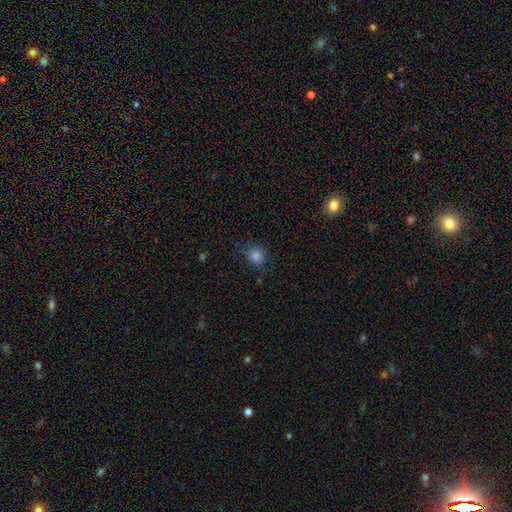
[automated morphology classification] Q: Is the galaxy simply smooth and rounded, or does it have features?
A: smooth — 81%.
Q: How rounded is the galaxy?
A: round — 78%.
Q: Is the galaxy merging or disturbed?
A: none — 79%.